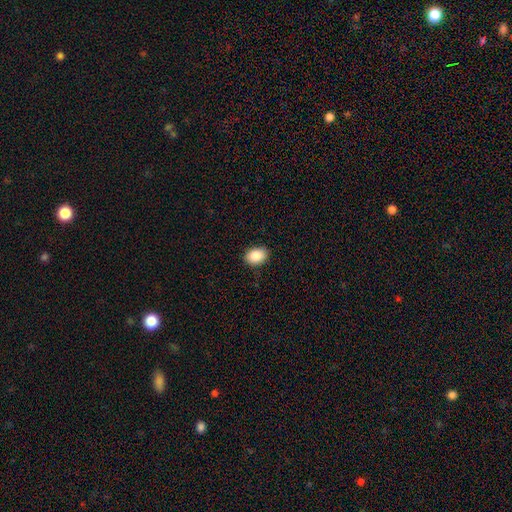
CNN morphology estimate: Smooth or featured: smooth — 86% (star or artifact — 8%)
How rounded: in between — 73% (round — 26%)
Merging: none — 88% (minor disturbance — 9%)